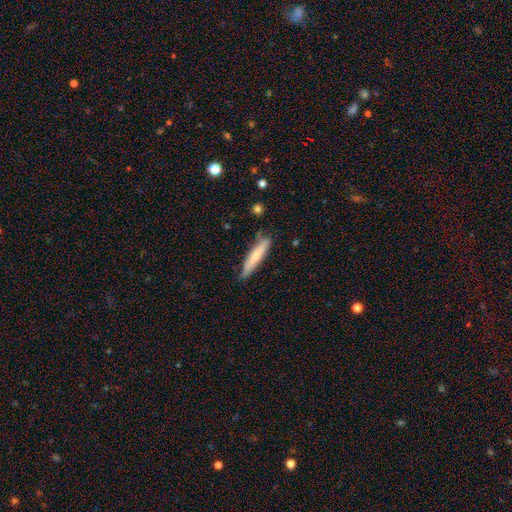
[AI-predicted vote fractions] This appears to be a smooth galaxy with no disk features (62%) that is cigar-shaped (86%). Merging: none (75%).